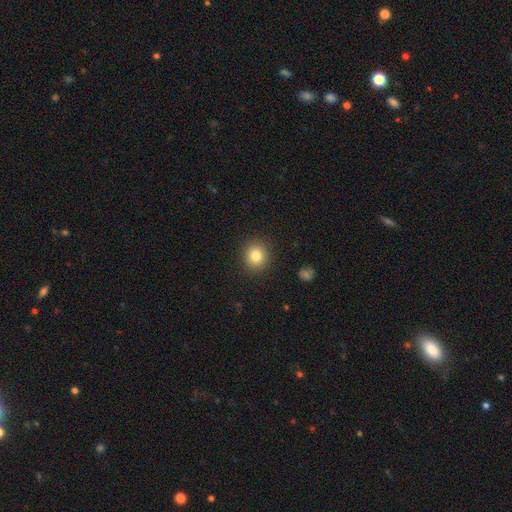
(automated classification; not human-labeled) A smooth galaxy with no disk features (82%) that is round (86%).

Vote fractions:
- Smooth or featured? smooth: 82% / star or artifact: 11% / featured or disk: 7%
- How rounded? round: 86% / in between: 13% / cigar-shaped: 1%
- Merging? none: 90% / minor disturbance: 6% / major disturbance: 2% / merger: 1%